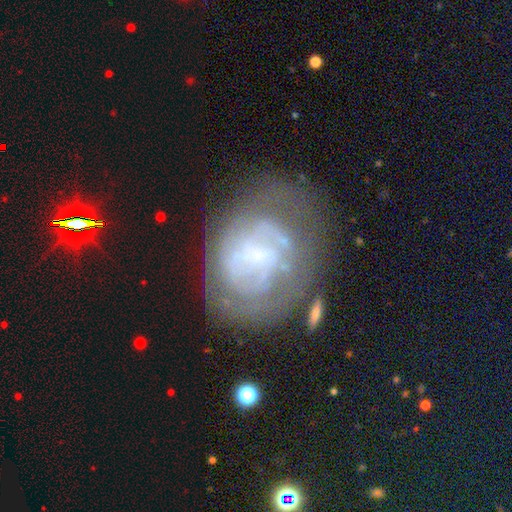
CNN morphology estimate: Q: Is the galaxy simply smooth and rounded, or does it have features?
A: featured or disk — 70%.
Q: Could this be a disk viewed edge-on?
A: no — 97%.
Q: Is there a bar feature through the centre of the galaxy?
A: no — 57%.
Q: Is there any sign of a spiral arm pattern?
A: yes — 65%.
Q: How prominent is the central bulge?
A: small — 62%.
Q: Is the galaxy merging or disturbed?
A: none — 55%.